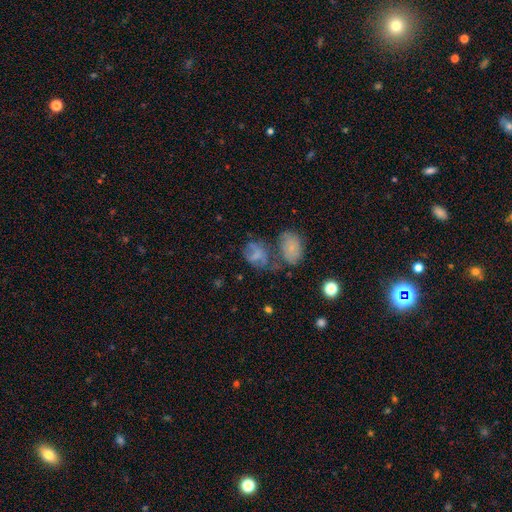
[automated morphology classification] smooth_or_featured: smooth (p=0.50) [alt: featured or disk p=0.36]
merging: merger (p=0.35) [alt: none p=0.28]